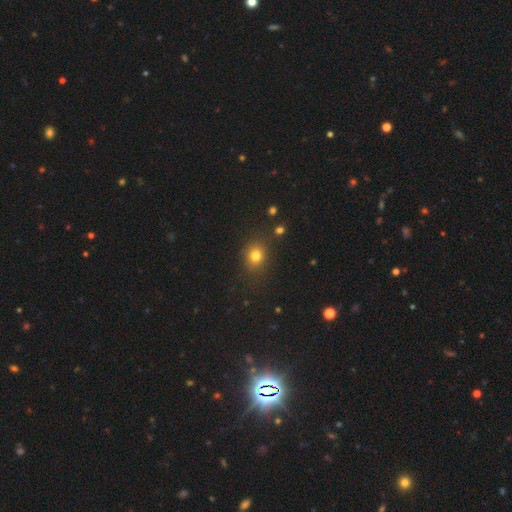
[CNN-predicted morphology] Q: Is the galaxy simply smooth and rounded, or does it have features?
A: smooth — 78%.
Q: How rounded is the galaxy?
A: round — 67%.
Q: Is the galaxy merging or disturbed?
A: none — 82%.